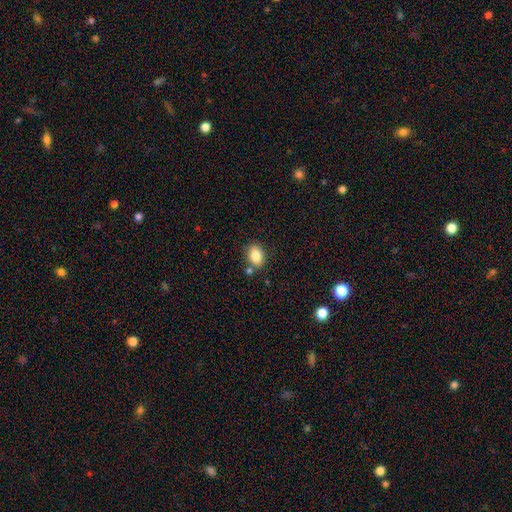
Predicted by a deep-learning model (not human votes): Morphology: type=smooth (84%); roundness=in between (68%); merging=none (74%).